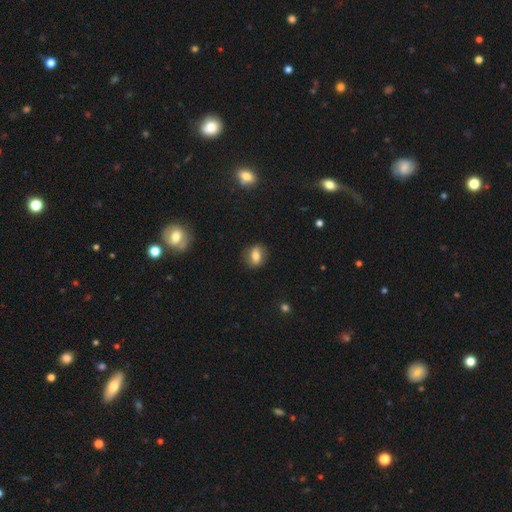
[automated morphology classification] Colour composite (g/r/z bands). It shows a smooth galaxy with no disk features (70%) that is in between round and cigar-shaped (59%). Merging: none (83%).